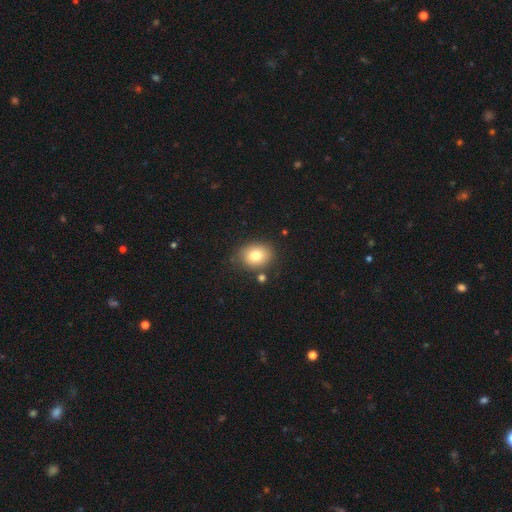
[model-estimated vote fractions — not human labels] smooth 78%, featured or disk 12%, star or artifact 10%. Down the decision tree: how rounded — in between (51%); merging — none (77%).